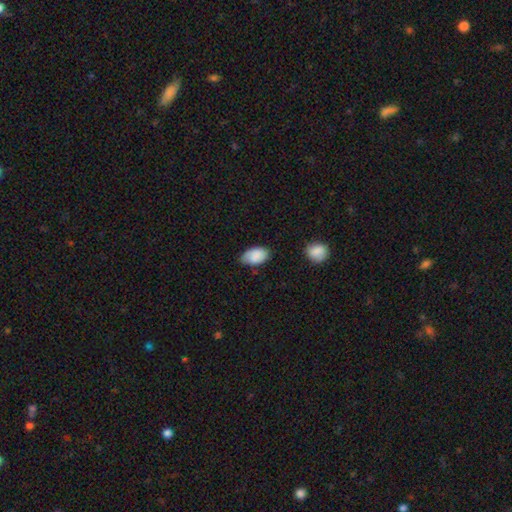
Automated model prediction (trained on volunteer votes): Smooth or featured? Predicted: smooth (p=0.84). How rounded? Predicted: in between (p=0.93). Merging? Predicted: none (p=0.64).